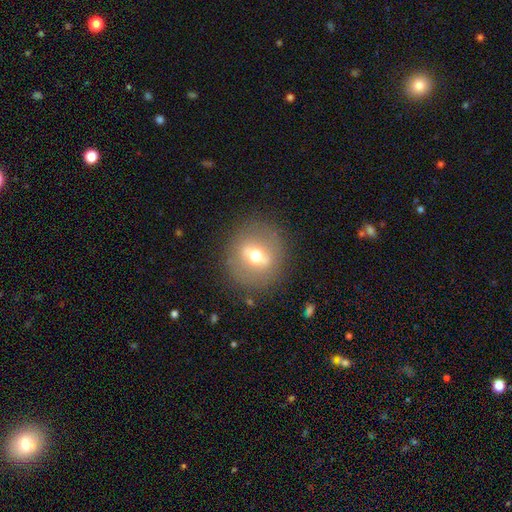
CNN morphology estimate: Smooth or featured?
  - featured or disk: 47% *
  - smooth: 43%
  - star or artifact: 10%
Merging?
  - none: 84% *
  - minor disturbance: 10%
  - major disturbance: 5%
  - merger: 1%